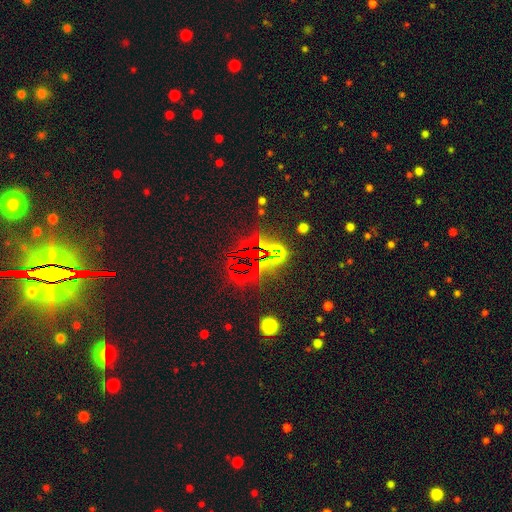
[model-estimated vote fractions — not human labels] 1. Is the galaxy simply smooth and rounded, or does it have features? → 77% star or artifact, 13% smooth, 10% featured or disk.